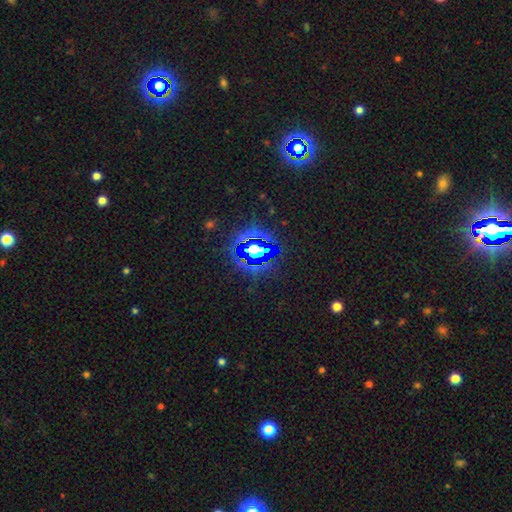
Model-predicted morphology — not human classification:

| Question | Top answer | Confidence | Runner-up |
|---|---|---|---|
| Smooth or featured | star or artifact | 81% | smooth (11%) |